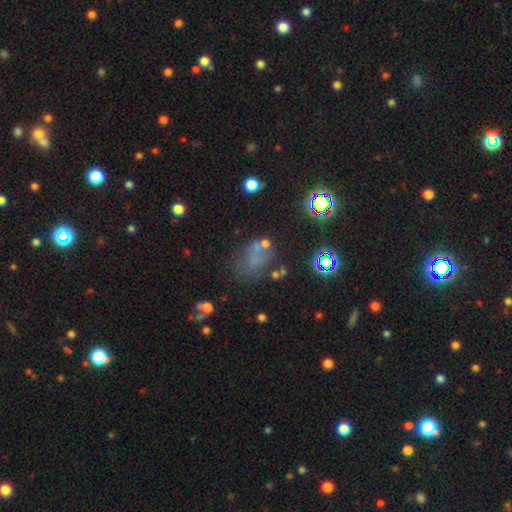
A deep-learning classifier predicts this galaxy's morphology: Overall: smooth (50%; star or artifact 30%). Merging: none (45%; minor disturbance 20%).